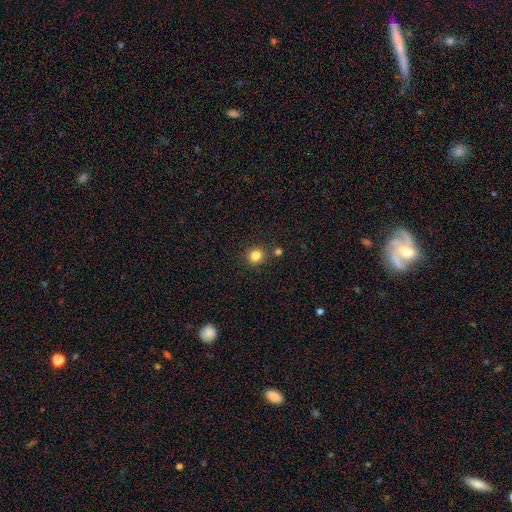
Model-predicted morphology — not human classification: Smooth or featured? smooth (82%)
How rounded? round (89%)
Merging? none (83%)